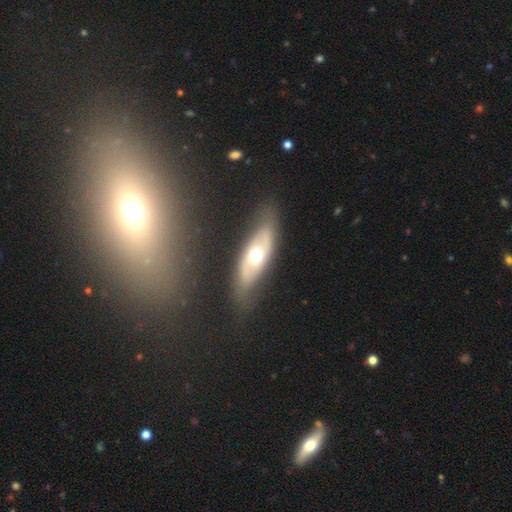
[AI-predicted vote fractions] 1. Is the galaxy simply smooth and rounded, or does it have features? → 52% featured or disk, 41% smooth, 7% star or artifact.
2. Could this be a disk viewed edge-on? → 69% no, 31% yes.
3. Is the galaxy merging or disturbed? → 75% none, 16% minor disturbance, 8% major disturbance, 2% merger.